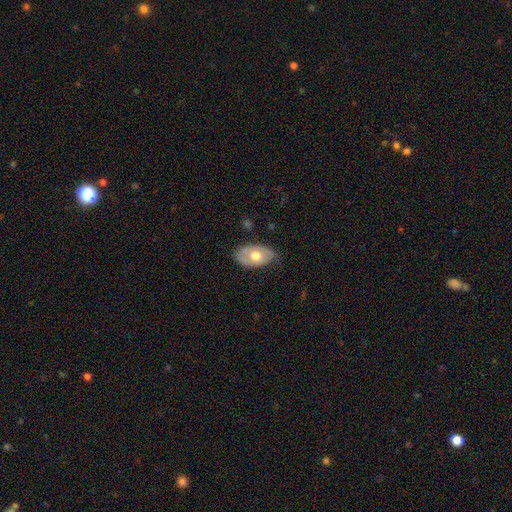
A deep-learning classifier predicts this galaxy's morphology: Smooth or featured?
  - smooth: 53% *
  - featured or disk: 41%
  - star or artifact: 6%
How rounded?
  - in between: 90% *
  - round: 8%
  - cigar-shaped: 1%
Merging?
  - none: 74% *
  - minor disturbance: 20%
  - major disturbance: 4%
  - merger: 1%